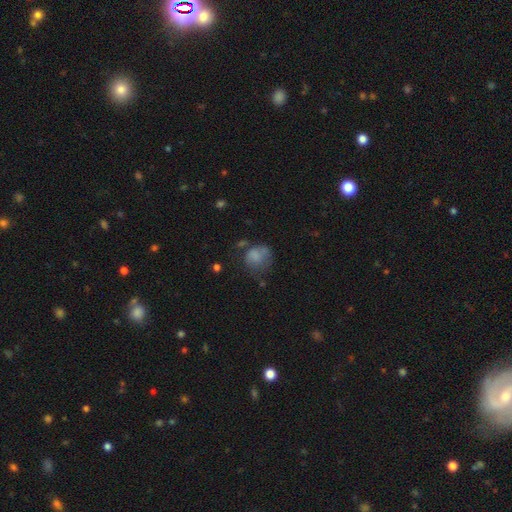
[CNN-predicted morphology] Smooth or featured? Predicted: smooth (p=0.69). How rounded? Predicted: round (p=0.67). Merging? Predicted: none (p=0.35).